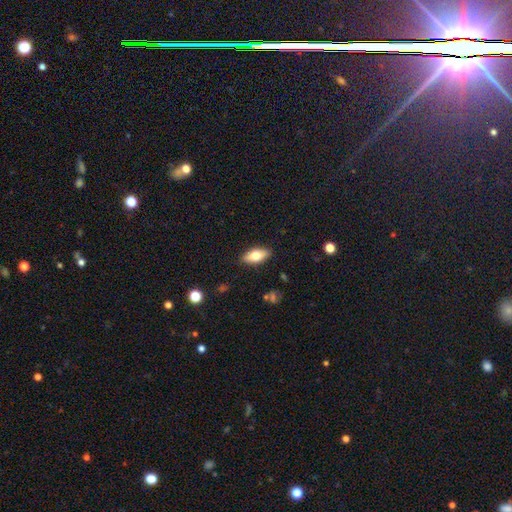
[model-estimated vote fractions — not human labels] Q: Smooth or featured?
A: smooth (74%); runner-up: featured or disk (20%)
Q: How rounded?
A: in between (85%); runner-up: cigar-shaped (12%)
Q: Merging?
A: none (87%); runner-up: minor disturbance (9%)